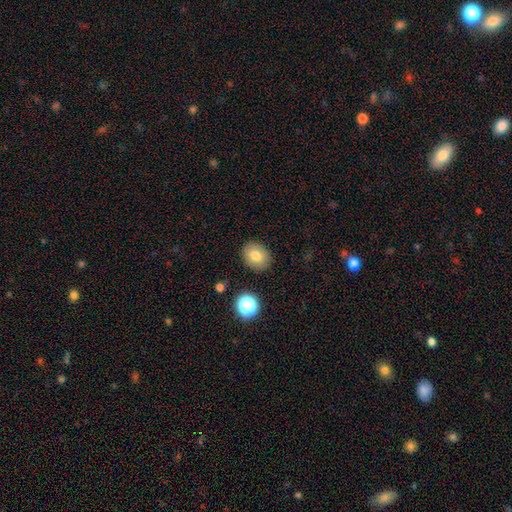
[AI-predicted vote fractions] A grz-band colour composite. It shows a smooth galaxy with no disk features (78%) that is round (50%). Merging: none (87%).